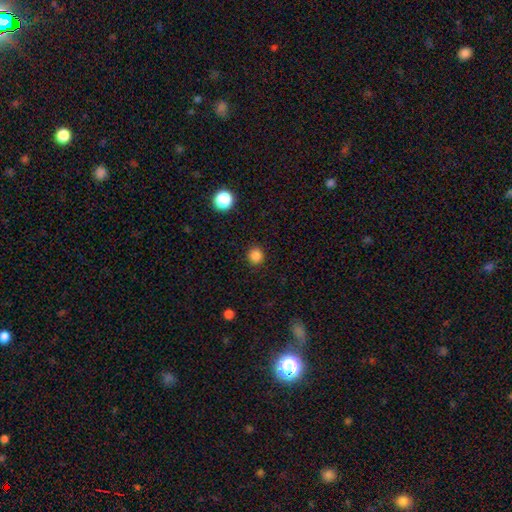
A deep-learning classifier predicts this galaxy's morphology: Smooth or featured? Predicted: smooth (p=0.85). How rounded? Predicted: round (p=0.92). Merging? Predicted: none (p=0.91).